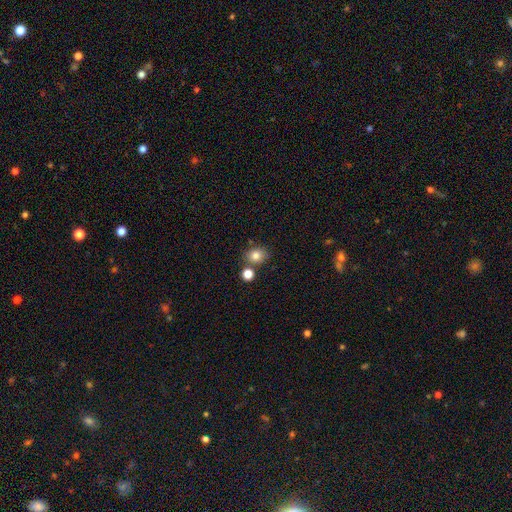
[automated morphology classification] A smooth galaxy with no disk features (81%) that is round (62%). Merging: none (70%).